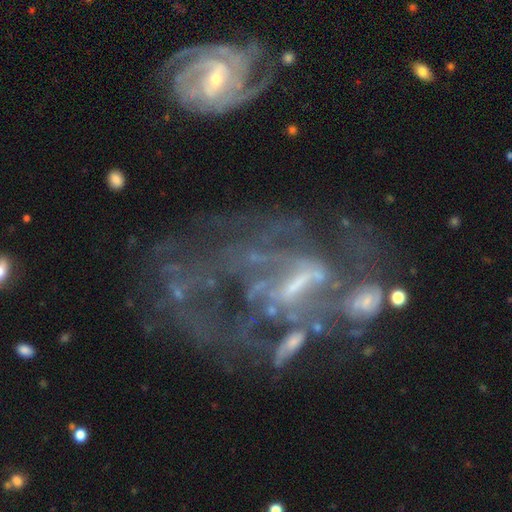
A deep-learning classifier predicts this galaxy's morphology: Smooth or featured: featured or disk — 78% (star or artifact — 14%)
Edge-on disk: no — 95% (yes — 5%)
Bar: strong — 38% (weak — 35%)
Spiral arms: yes — 67% (no — 33%)
Bulge size: none — 37% (small — 34%)
Merging: merger — 34% (major disturbance — 32%)